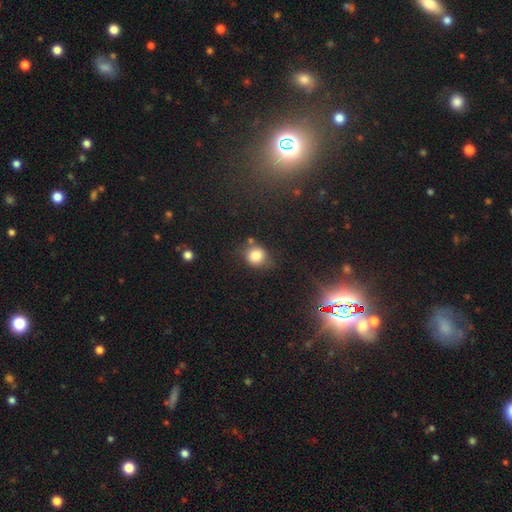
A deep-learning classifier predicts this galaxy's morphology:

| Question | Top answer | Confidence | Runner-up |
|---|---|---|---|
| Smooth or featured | smooth | 80% | star or artifact (12%) |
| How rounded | round | 77% | in between (22%) |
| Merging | none | 62% | minor disturbance (22%) |